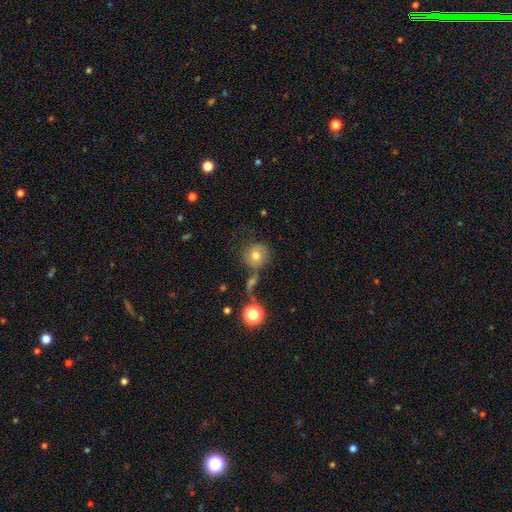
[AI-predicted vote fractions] smooth_or_featured: smooth (p=0.69) [alt: featured or disk p=0.19]
how_rounded: round (p=0.87) [alt: in between p=0.12]
merging: none (p=0.57) [alt: merger p=0.20]